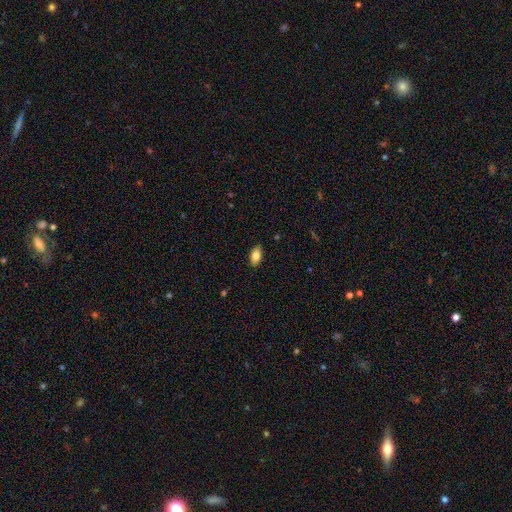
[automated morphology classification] Smooth or featured? smooth (82%)
How rounded? in between (91%)
Merging? none (88%)